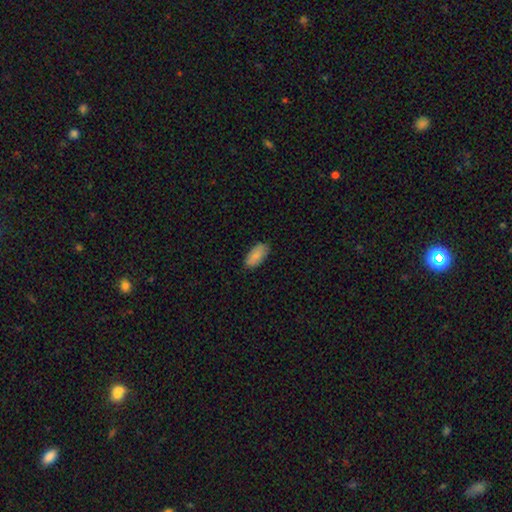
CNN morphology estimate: Smooth or featured?
  - smooth: 88% *
  - star or artifact: 6%
  - featured or disk: 6%
How rounded?
  - in between: 91% *
  - cigar-shaped: 7%
  - round: 2%
Merging?
  - none: 83% *
  - minor disturbance: 13%
  - major disturbance: 2%
  - merger: 1%